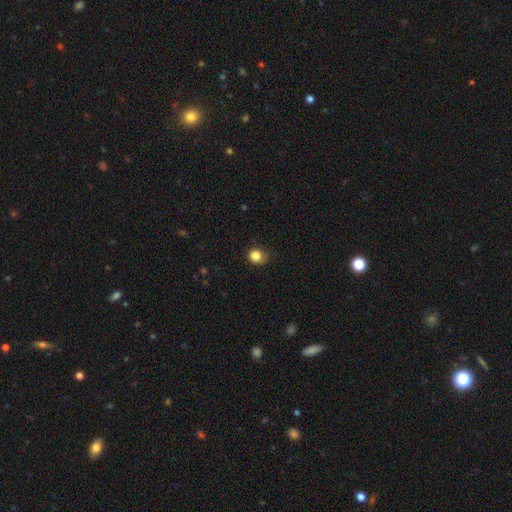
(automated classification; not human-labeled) A smooth galaxy with no disk features (84%) that is round (71%).

Vote fractions:
- Smooth or featured? smooth: 84% / star or artifact: 11% / featured or disk: 5%
- How rounded? round: 71% / in between: 28% / cigar-shaped: 1%
- Merging? none: 73% / minor disturbance: 22% / major disturbance: 4% / merger: 1%